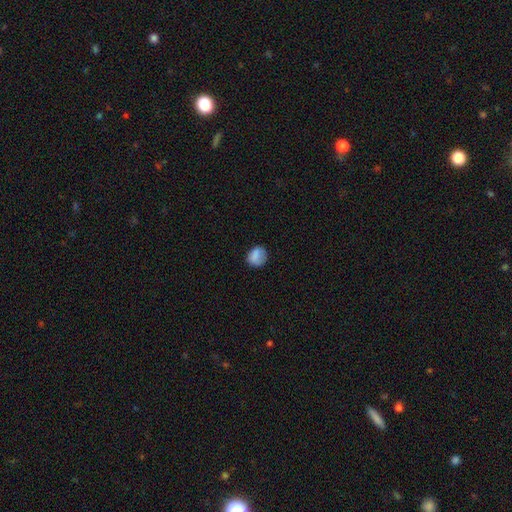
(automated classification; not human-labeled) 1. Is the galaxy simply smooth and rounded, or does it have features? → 82% smooth, 9% star or artifact, 9% featured or disk.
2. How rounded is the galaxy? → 66% round, 33% in between, 1% cigar-shaped.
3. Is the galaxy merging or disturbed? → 70% none, 21% minor disturbance, 7% major disturbance, 2% merger.